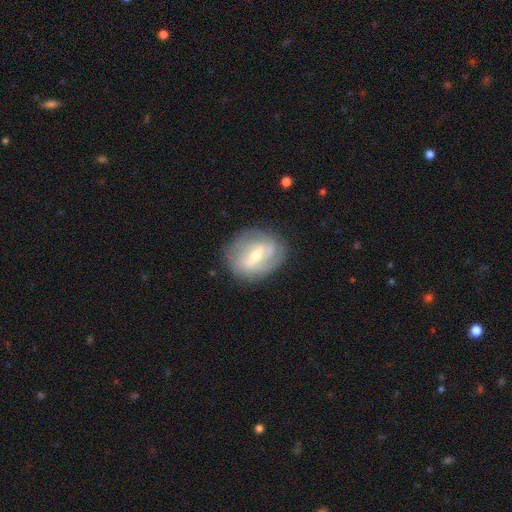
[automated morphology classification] Overall: featured or disk (74%). Edge-on disk: no (94%). Bar: strong (45%; weak 42%). Spiral arms: yes (75%). Spiral arm count: 2 (45%; can't tell 33%). Spiral winding: tight (51%; medium 33%). Bulge size: moderate (60%; small 33%). Merging: none (75%).